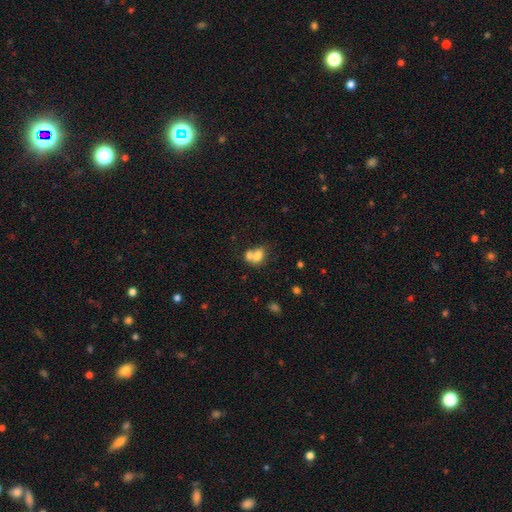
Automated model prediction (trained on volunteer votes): Smooth or featured? smooth (72%)
How rounded? in between (63%)
Merging? merger (63%)